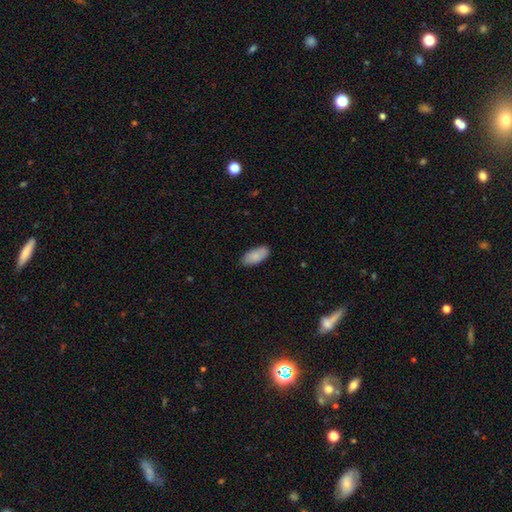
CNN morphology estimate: Q: Smooth or featured?
A: smooth (86%); runner-up: featured or disk (8%)
Q: How rounded?
A: in between (91%); runner-up: cigar-shaped (7%)
Q: Merging?
A: none (82%); runner-up: minor disturbance (14%)